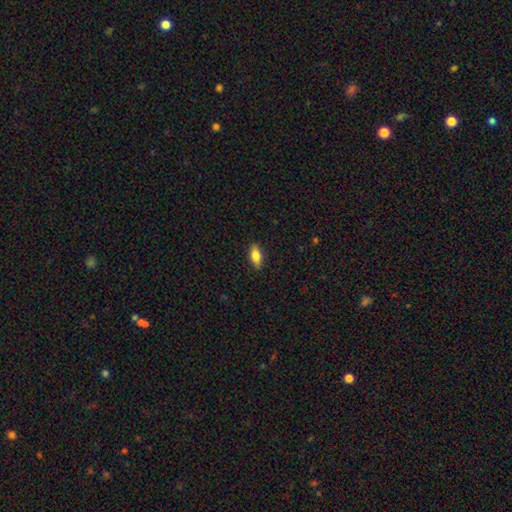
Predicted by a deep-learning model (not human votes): Smooth or featured: smooth — 75% (featured or disk — 18%)
How rounded: in between — 79% (cigar-shaped — 18%)
Merging: none — 88% (minor disturbance — 9%)